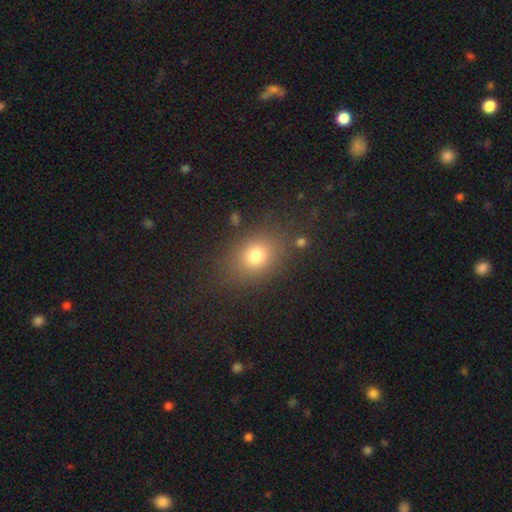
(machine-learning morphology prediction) Smooth or featured? Predicted: smooth (p=0.76). How rounded? Predicted: in between (p=0.56). Merging? Predicted: none (p=0.79).